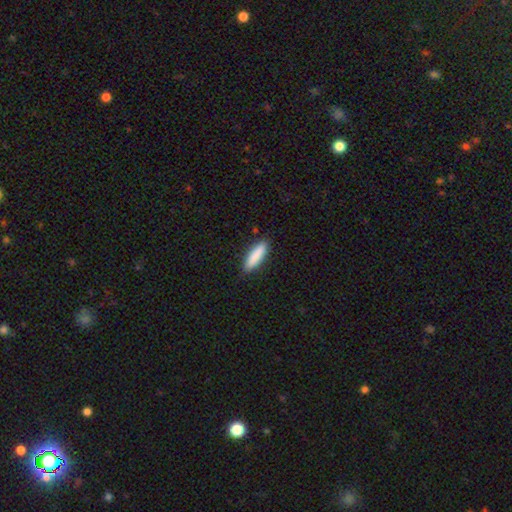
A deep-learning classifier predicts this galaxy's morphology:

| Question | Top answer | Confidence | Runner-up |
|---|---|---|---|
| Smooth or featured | smooth | 86% | featured or disk (8%) |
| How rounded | cigar-shaped | 69% | in between (29%) |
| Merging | none | 88% | minor disturbance (9%) |